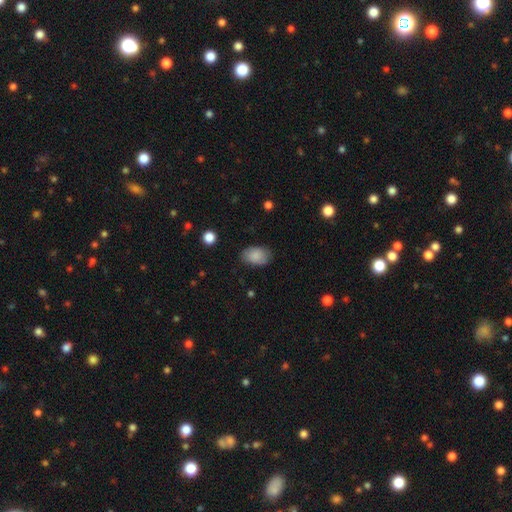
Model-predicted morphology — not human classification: The model was most divided on "merging": none: 78%, minor disturbance: 16%, major disturbance: 4%, merger: 1%. More confident: how rounded — in between (87%); smooth or featured — smooth (86%).